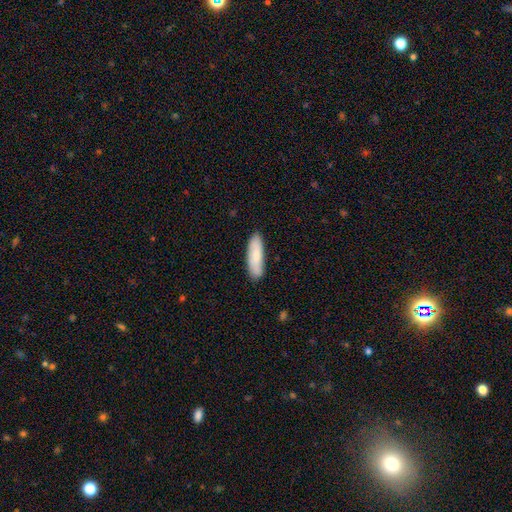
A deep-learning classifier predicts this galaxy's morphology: This is likely a smooth galaxy (79%). How rounded: possibly cigar-shaped (51%). Merging: clearly none (87%).